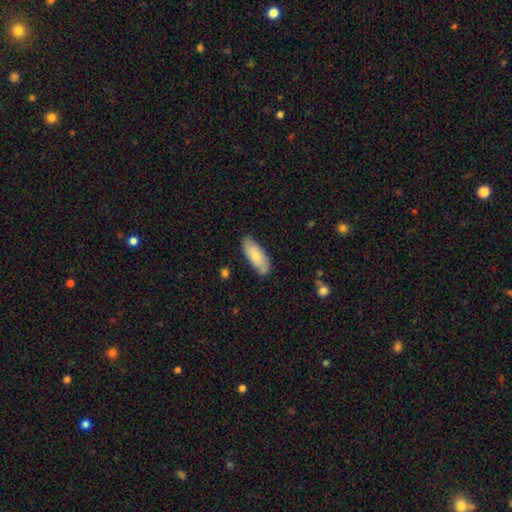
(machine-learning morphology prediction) Q: Smooth or featured?
A: smooth (67%); runner-up: featured or disk (28%)
Q: How rounded?
A: in between (79%); runner-up: cigar-shaped (19%)
Q: Merging?
A: none (78%); runner-up: minor disturbance (17%)